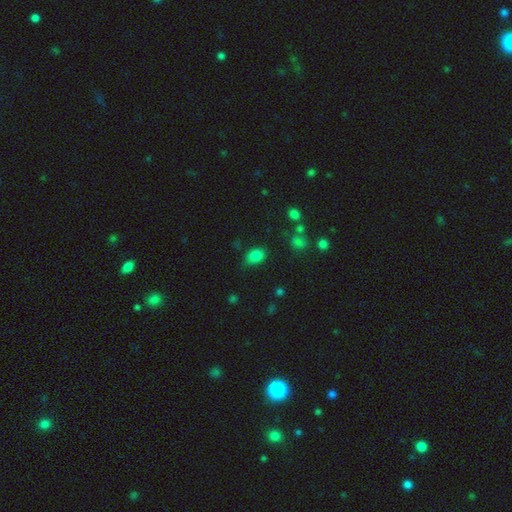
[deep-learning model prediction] This appears to be a smooth galaxy with no disk features (82%) that is in between round and cigar-shaped (78%). Merging: none (71%).